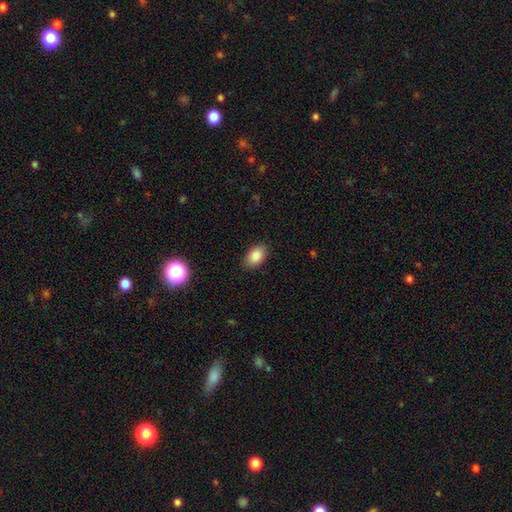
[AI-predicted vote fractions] A smooth galaxy with no disk features (87%) that is in between round and cigar-shaped (90%).

Vote fractions:
- Smooth or featured? smooth: 87% / star or artifact: 8% / featured or disk: 5%
- How rounded? in between: 90% / round: 9% / cigar-shaped: 1%
- Merging? none: 86% / minor disturbance: 10% / major disturbance: 2% / merger: 1%